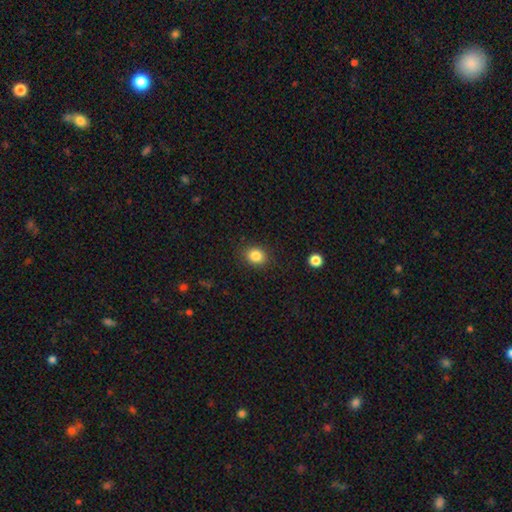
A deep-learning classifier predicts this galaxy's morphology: smooth_or_featured: smooth (p=0.85) [alt: star or artifact p=0.10]
how_rounded: round (p=0.66) [alt: in between p=0.33]
merging: none (p=0.88) [alt: minor disturbance p=0.09]